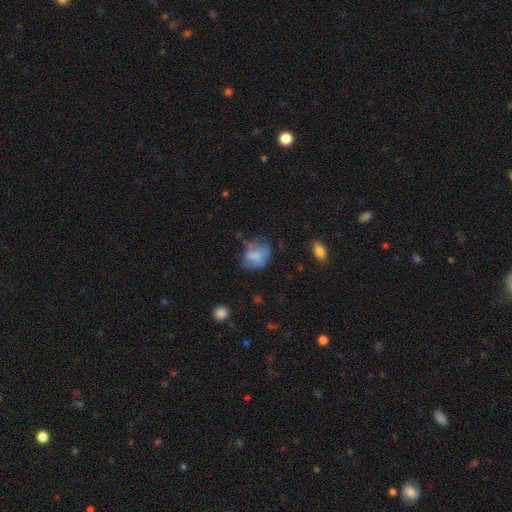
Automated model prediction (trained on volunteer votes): Q: Smooth or featured?
A: smooth (66%); runner-up: featured or disk (24%)
Q: How rounded?
A: in between (58%); runner-up: round (41%)
Q: Merging?
A: none (41%); runner-up: minor disturbance (31%)